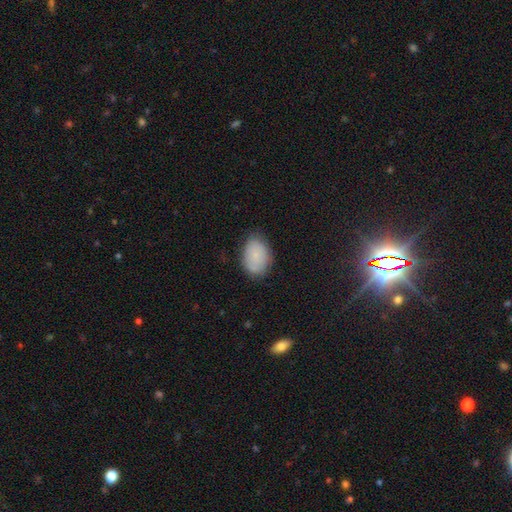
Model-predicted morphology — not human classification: type=smooth (80%); roundness=in between (83%); merging=none (72%).